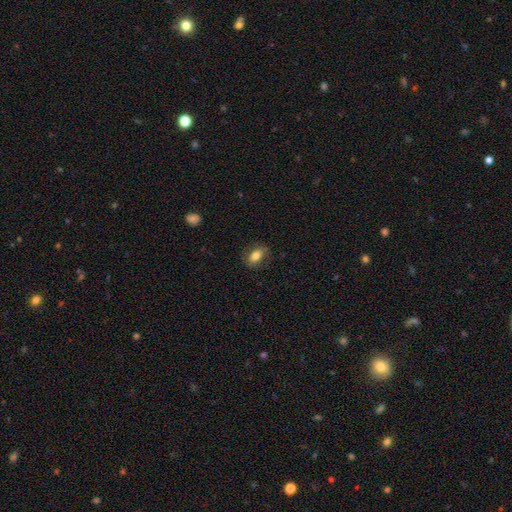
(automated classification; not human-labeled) A smooth galaxy with no disk features (76%) that is in between round and cigar-shaped (84%). Merging: none (80%).